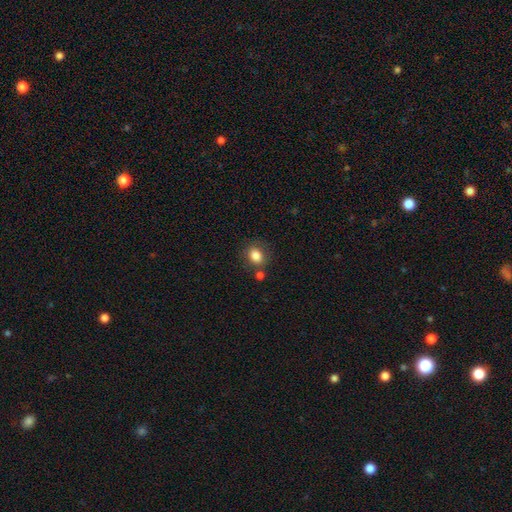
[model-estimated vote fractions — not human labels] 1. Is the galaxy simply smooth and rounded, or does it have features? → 84% smooth, 10% star or artifact, 7% featured or disk.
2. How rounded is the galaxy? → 57% in between, 42% round, 1% cigar-shaped.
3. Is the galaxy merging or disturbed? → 68% none, 14% minor disturbance, 13% merger, 5% major disturbance.